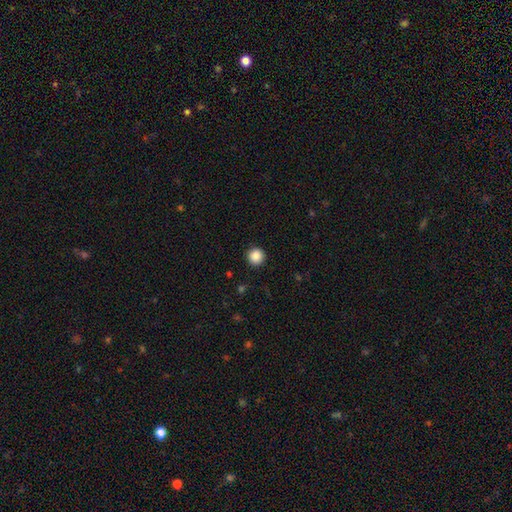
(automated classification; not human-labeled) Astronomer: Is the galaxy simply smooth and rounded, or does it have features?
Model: smooth — 87%.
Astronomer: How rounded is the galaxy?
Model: round — 96%.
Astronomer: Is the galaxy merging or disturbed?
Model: none — 93%.